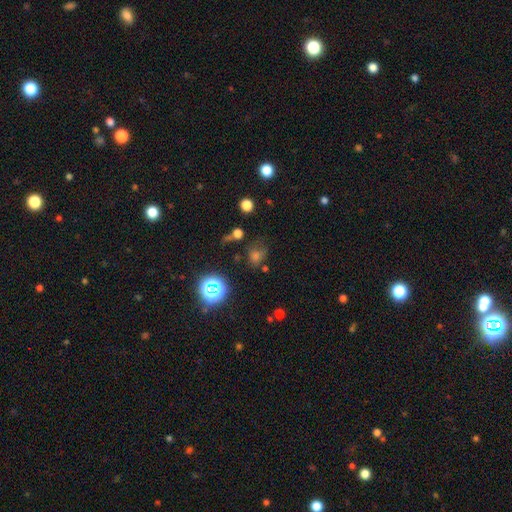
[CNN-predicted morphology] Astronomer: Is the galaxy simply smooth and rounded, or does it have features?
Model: smooth — 50% (runner-up: star or artifact, 39%).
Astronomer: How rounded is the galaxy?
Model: round — 64%.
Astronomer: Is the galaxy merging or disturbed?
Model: none — 61%.